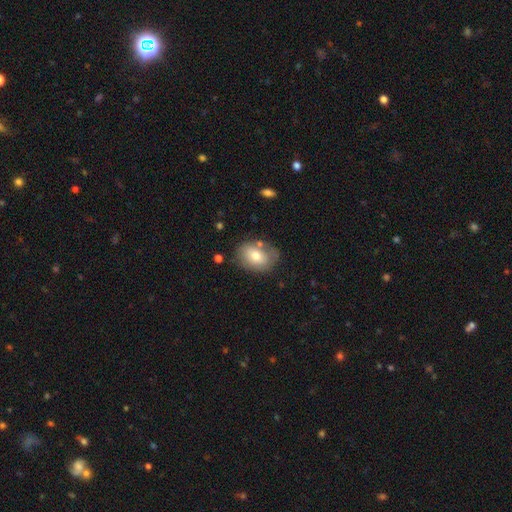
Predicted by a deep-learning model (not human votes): Smooth or featured? Predicted: smooth (p=0.69). How rounded? Predicted: in between (p=0.71). Merging? Predicted: none (p=0.66).